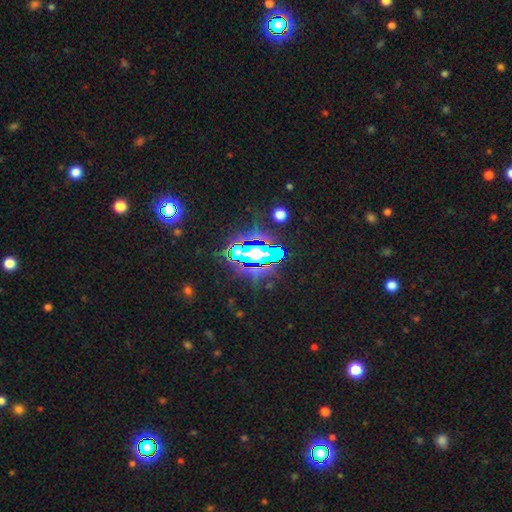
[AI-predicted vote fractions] Smooth or featured?
  - star or artifact: 60% *
  - smooth: 20%
  - featured or disk: 20%